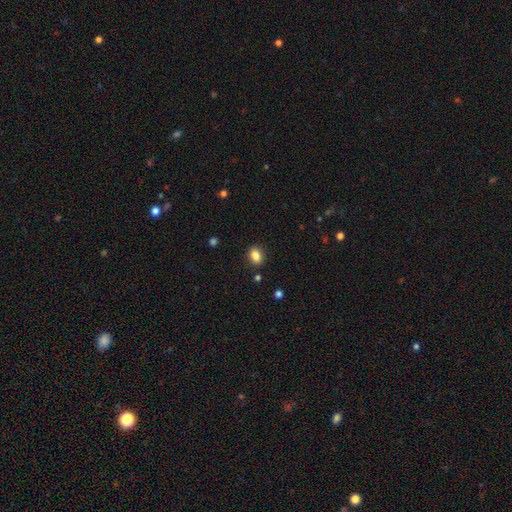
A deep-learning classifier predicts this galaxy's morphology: smooth-or-featured: smooth: 85% | star or artifact: 9% | featured or disk: 6%
  how-rounded: in between: 71% | round: 28% | cigar-shaped: 1%
  merging: none: 87% | minor disturbance: 9% | major disturbance: 2% | merger: 2%